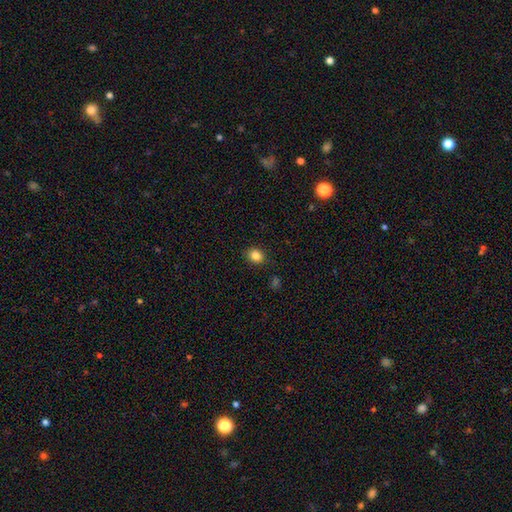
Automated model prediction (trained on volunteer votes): Smooth or featured: smooth — 84% (star or artifact — 11%)
How rounded: round — 65% (in between — 34%)
Merging: none — 87% (minor disturbance — 9%)